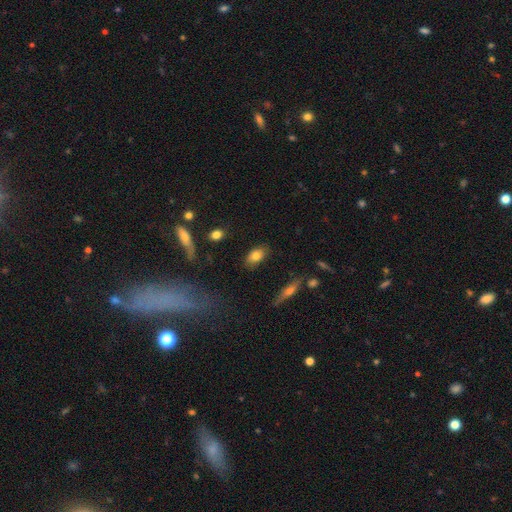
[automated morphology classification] A smooth galaxy with no disk features (80%) that is in between round and cigar-shaped (89%). Merging: none (82%).